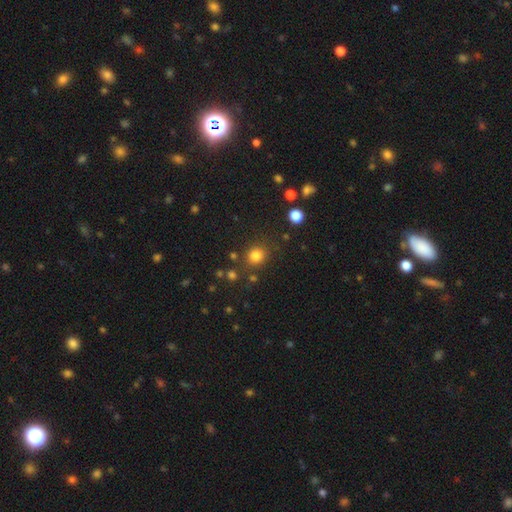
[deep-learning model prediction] Morphology: type=smooth (82%); roundness=round (84%); merging=none (83%).